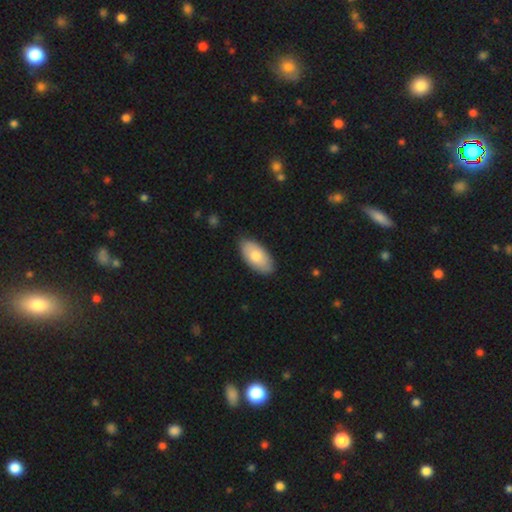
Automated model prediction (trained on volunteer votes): A smooth galaxy with no disk features (75%) that is in between round and cigar-shaped (94%). Merging: none (85%).